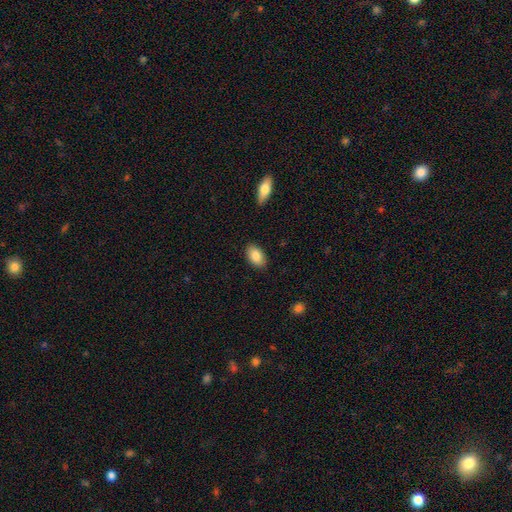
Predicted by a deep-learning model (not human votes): A smooth galaxy with no disk features (86%) that is in between round and cigar-shaped (92%).

Vote fractions:
- Smooth or featured? smooth: 86% / featured or disk: 7% / star or artifact: 7%
- How rounded? in between: 92% / round: 6% / cigar-shaped: 2%
- Merging? none: 87% / minor disturbance: 10% / major disturbance: 2% / merger: 1%